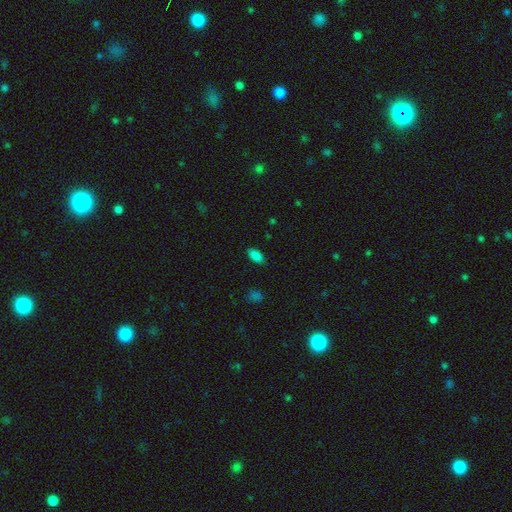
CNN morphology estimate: Overall: smooth (85%). How rounded: in between (92%). Merging: none (85%).